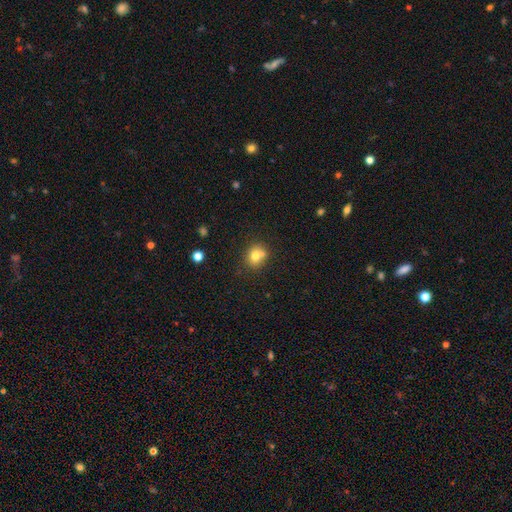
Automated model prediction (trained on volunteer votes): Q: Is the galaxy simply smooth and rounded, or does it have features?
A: smooth — 75%.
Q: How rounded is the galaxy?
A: round — 73%.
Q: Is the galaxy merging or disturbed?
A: none — 55%.